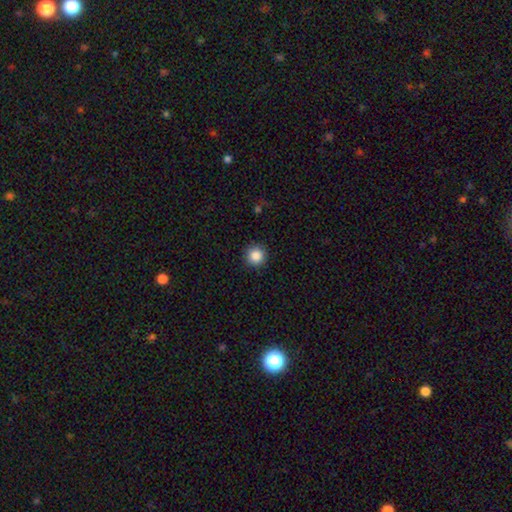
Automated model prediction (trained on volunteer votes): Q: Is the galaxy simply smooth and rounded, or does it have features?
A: smooth — 87%.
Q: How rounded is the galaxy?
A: round — 96%.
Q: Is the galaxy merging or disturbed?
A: none — 92%.